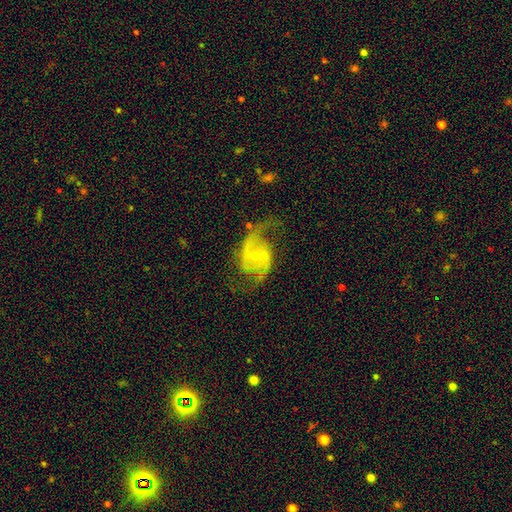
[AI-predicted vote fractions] A featured or disk galaxy (87%) with a weak bar (48%), 2 (90%) loose (47%) spiral arms (95%) and a small central bulge (59%).

Vote fractions:
- Smooth or featured? featured or disk: 87% / smooth: 7% / star or artifact: 6%
- Edge-on disk? no: 98% / yes: 2%
- Bar? weak: 48% / no: 35% / strong: 17%
- Spiral arms? yes: 95% / no: 5%
- Spiral winding? loose: 47% / medium: 43% / tight: 10%
- Spiral arm count? 2: 90% / can't tell: 4% / 1: 2% / 3: 2% / 4: 1% / more than 4: 1%
- Bulge size? small: 59% / moderate: 36% / none: 2% / large: 2% / dominant: 1%
- Merging? none: 63% / minor disturbance: 18% / major disturbance: 17% / merger: 2%